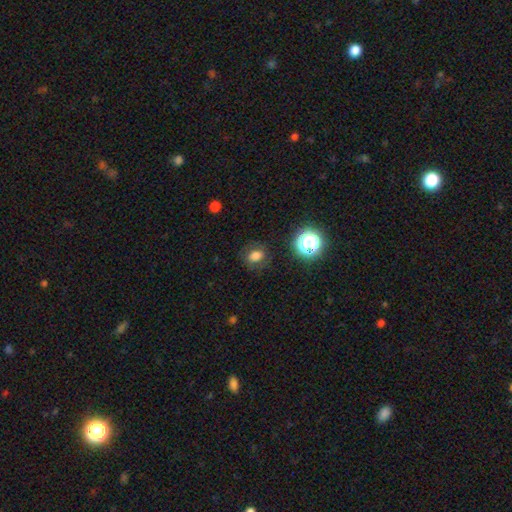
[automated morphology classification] smooth 70%, star or artifact 15%, featured or disk 14%. Down the decision tree: how rounded — in between (54%); merging — none (77%).